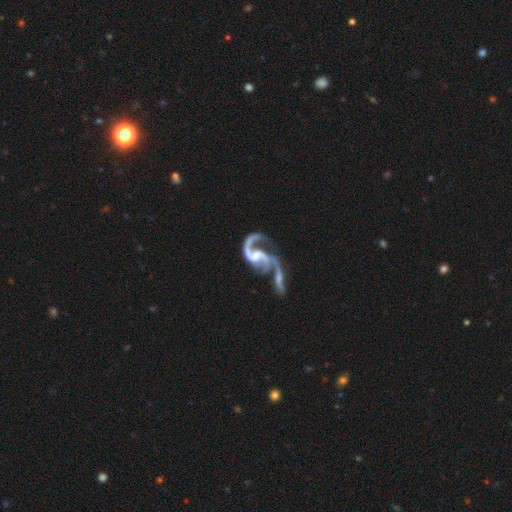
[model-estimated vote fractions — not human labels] smooth_or_featured: featured or disk (p=0.91) [alt: star or artifact p=0.05]
disk_edge_on: no (p=0.98) [alt: yes p=0.02]
bar: weak (p=0.44) [alt: no p=0.39]
has_spiral_arms: yes (p=0.96) [alt: no p=0.04]
spiral_winding: loose (p=0.58) [alt: medium p=0.34]
spiral_arm_count: 2 (p=0.79) [alt: 1 p=0.06]
bulge_size: moderate (p=0.35) [alt: small p=0.34]
merging: merger (p=0.39) [alt: major disturbance p=0.26]